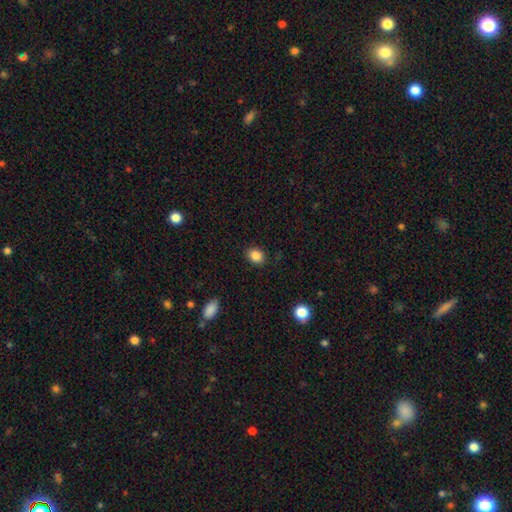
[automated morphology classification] Q: Smooth or featured?
A: smooth (86%); runner-up: star or artifact (10%)
Q: How rounded?
A: in between (51%); runner-up: round (48%)
Q: Merging?
A: none (88%); runner-up: minor disturbance (9%)